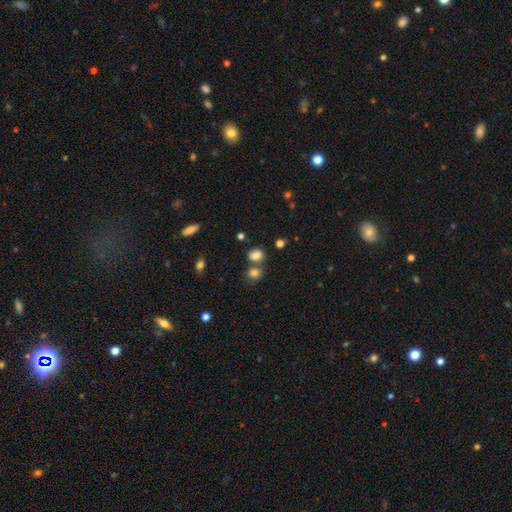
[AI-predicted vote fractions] This is clearly a smooth galaxy (82%). How rounded: likely in between (60%). Merging: possibly none (58%).